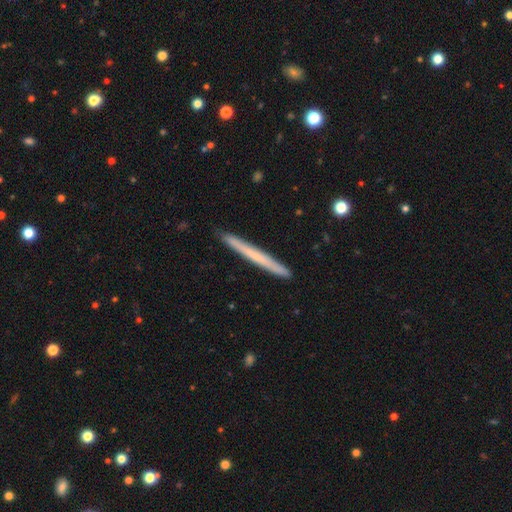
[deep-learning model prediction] smooth-or-featured: smooth: 51% | featured or disk: 44% | star or artifact: 6%
  how-rounded: cigar-shaped: 97% | in between: 1% | round: 1%
  merging: none: 91% | minor disturbance: 6% | major disturbance: 1% | merger: 1%